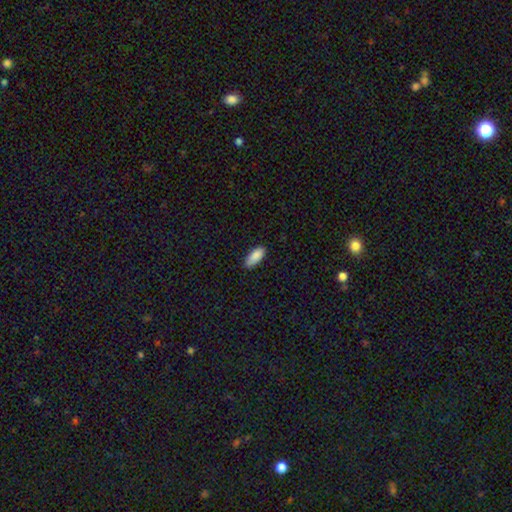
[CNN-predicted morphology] Smooth or featured? Predicted: smooth (p=0.89). How rounded? Predicted: in between (p=0.84). Merging? Predicted: none (p=0.80).